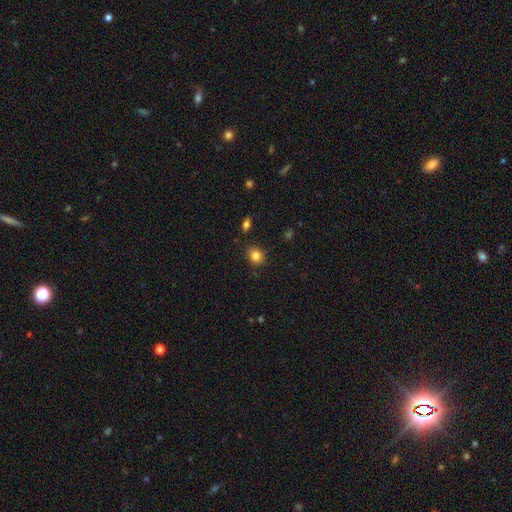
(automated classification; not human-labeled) A smooth galaxy with no disk features (83%) that is round (56%).

Vote fractions:
- Smooth or featured? smooth: 83% / star or artifact: 10% / featured or disk: 7%
- How rounded? round: 56% / in between: 43% / cigar-shaped: 1%
- Merging? none: 85% / minor disturbance: 10% / major disturbance: 2% / merger: 2%